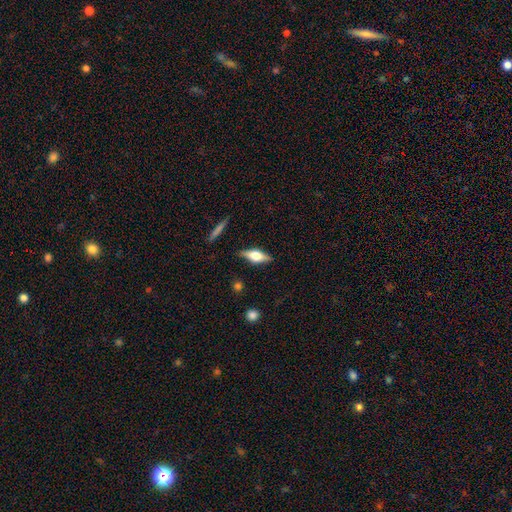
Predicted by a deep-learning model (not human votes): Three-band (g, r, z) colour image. It shows a featured or disk galaxy (52%) viewed edge-on (93%). Merging: none (84%).